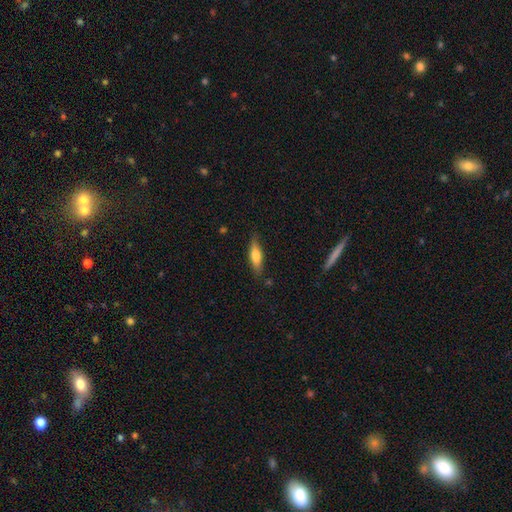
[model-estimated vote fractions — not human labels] A smooth galaxy with no disk features (63%) that is cigar-shaped (60%). Merging: none (83%).